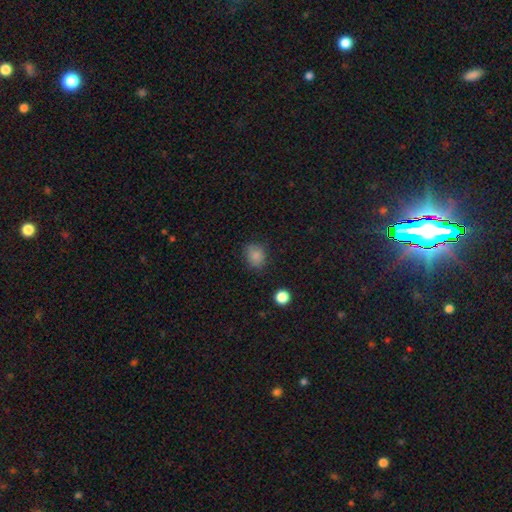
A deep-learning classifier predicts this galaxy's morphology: Smooth or featured? smooth (84%)
How rounded? round (66%)
Merging? none (79%)